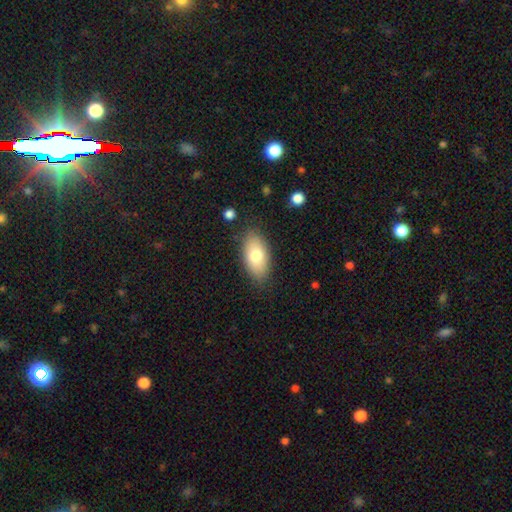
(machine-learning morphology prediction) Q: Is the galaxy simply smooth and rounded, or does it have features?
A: smooth — 75%.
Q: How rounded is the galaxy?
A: in between — 92%.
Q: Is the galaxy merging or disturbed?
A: none — 83%.